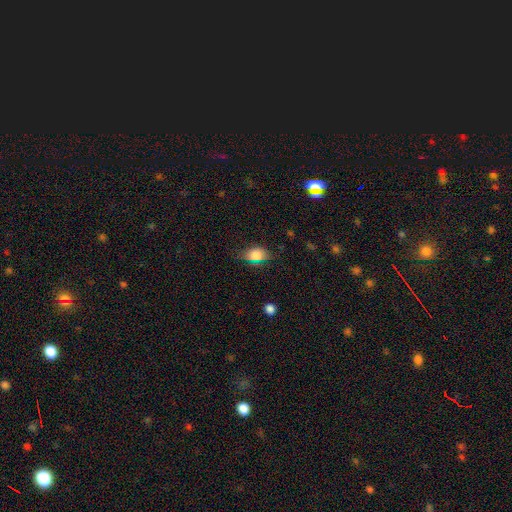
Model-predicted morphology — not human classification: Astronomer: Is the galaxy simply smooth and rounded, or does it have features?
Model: smooth — 77%.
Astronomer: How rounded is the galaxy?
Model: in between — 75%.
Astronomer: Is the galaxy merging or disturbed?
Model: none — 70%.